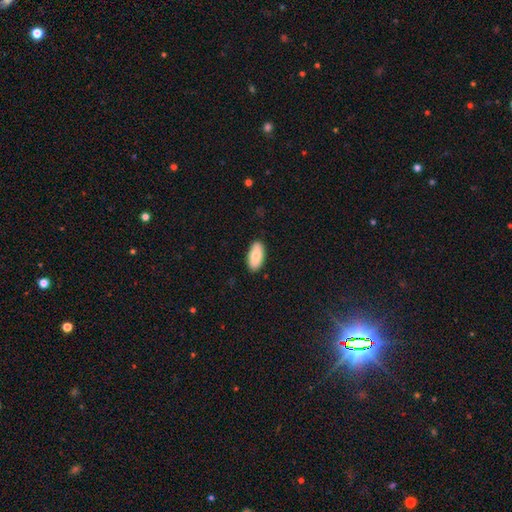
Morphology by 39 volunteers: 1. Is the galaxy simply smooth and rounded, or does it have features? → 69% smooth, 26% featured or disk, 5% star or artifact.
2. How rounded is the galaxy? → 78% in between, 22% cigar-shaped, 0% round.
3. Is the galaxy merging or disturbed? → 86% none, 14% minor disturbance, 0% major disturbance, 0% merger.